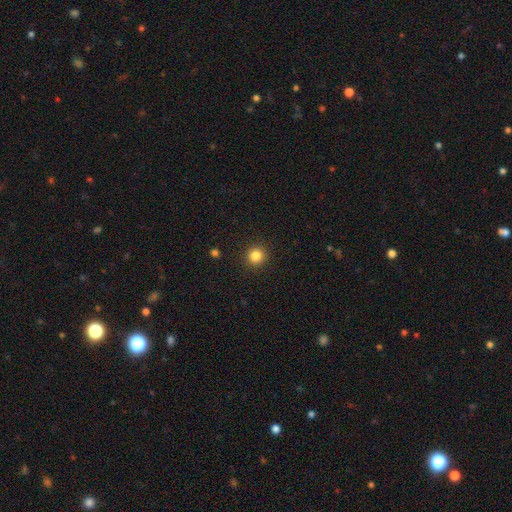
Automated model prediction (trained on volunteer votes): Q: Smooth or featured?
A: smooth (84%); runner-up: star or artifact (11%)
Q: How rounded?
A: round (93%); runner-up: in between (6%)
Q: Merging?
A: none (92%); runner-up: minor disturbance (5%)